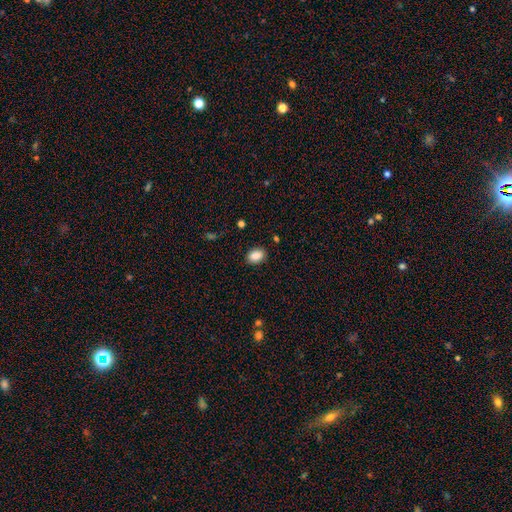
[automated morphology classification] This is clearly a smooth galaxy (88%). How rounded: likely in between (78%). Merging: clearly none (87%).